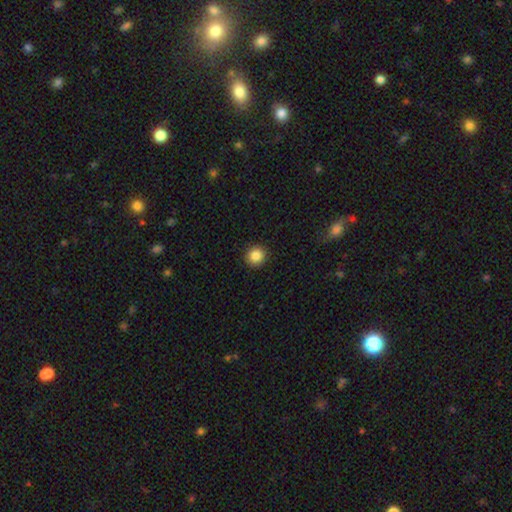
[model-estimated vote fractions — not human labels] Smooth or featured?
  - smooth: 86% *
  - star or artifact: 10%
  - featured or disk: 4%
How rounded?
  - round: 92% *
  - in between: 7%
  - cigar-shaped: 1%
Merging?
  - none: 92% *
  - minor disturbance: 6%
  - major disturbance: 2%
  - merger: 1%